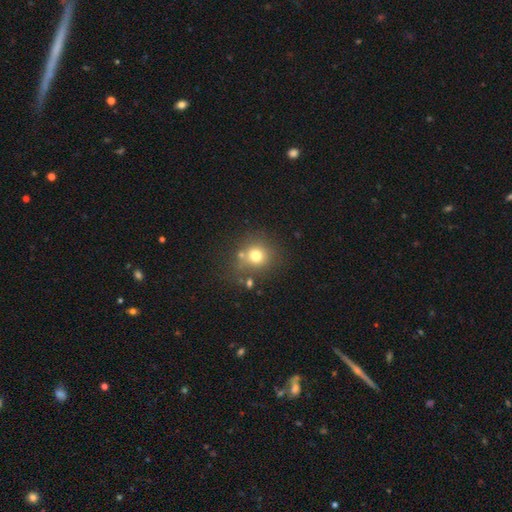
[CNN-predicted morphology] Overall: smooth (74%). How rounded: round (86%). Merging: none (68%).